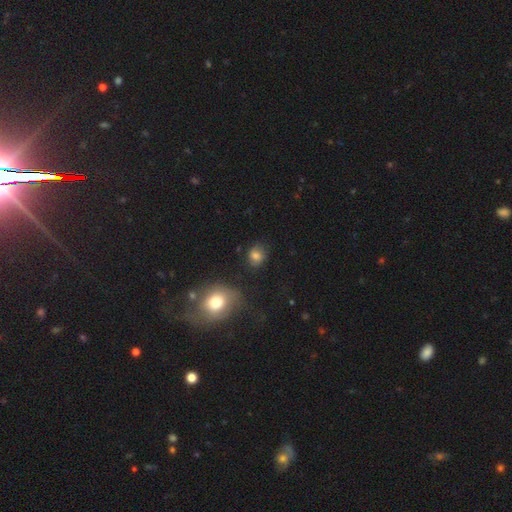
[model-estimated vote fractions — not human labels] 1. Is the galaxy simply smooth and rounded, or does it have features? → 75% smooth, 14% star or artifact, 11% featured or disk.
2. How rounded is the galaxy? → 57% round, 42% in between, 1% cigar-shaped.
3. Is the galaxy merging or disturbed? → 70% none, 19% minor disturbance, 7% major disturbance, 4% merger.